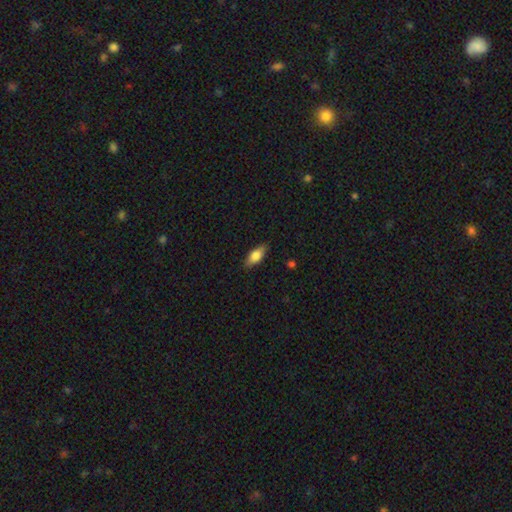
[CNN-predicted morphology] A smooth galaxy with no disk features (73%) that is in between round and cigar-shaped (76%). Merging: none (86%).